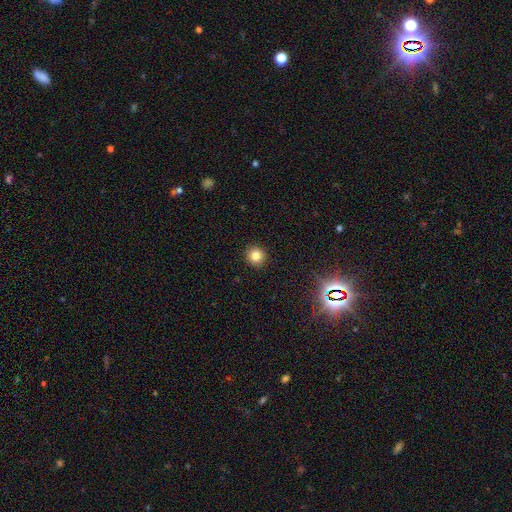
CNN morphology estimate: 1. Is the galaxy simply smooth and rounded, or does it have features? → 81% smooth, 13% star or artifact, 6% featured or disk.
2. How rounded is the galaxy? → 94% round, 5% in between, 1% cigar-shaped.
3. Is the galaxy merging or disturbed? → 93% none, 5% minor disturbance, 2% major disturbance, 1% merger.